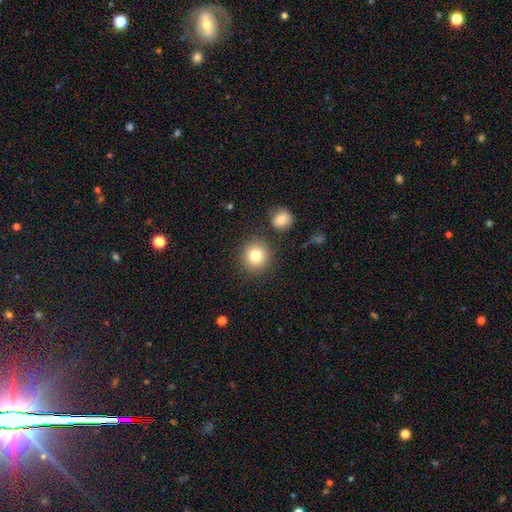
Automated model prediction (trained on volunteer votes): Morphology: type=smooth (81%); roundness=round (92%); merging=none (85%).